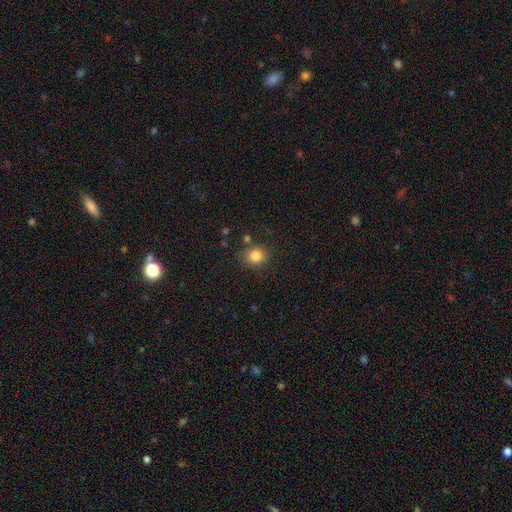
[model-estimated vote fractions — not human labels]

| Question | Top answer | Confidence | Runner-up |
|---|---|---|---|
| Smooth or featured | smooth | 83% | star or artifact (11%) |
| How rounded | round | 71% | in between (28%) |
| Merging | none | 79% | minor disturbance (12%) |